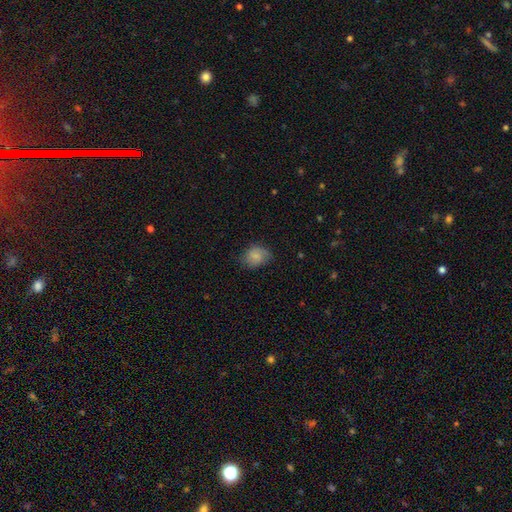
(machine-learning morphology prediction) This is likely a smooth galaxy (75%). How rounded: possibly in between (52%). Merging: likely none (66%).